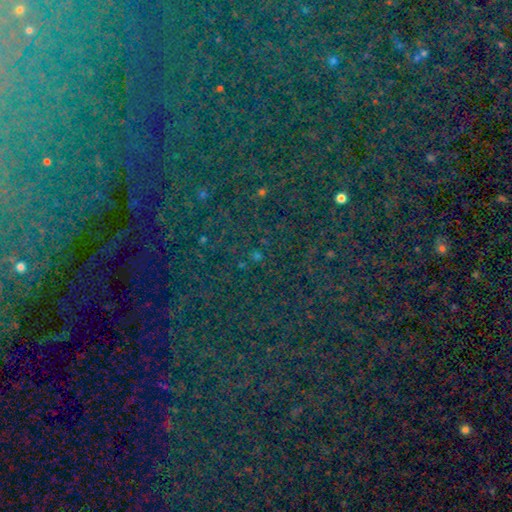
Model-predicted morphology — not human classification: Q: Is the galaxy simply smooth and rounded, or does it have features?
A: star or artifact — 83%.